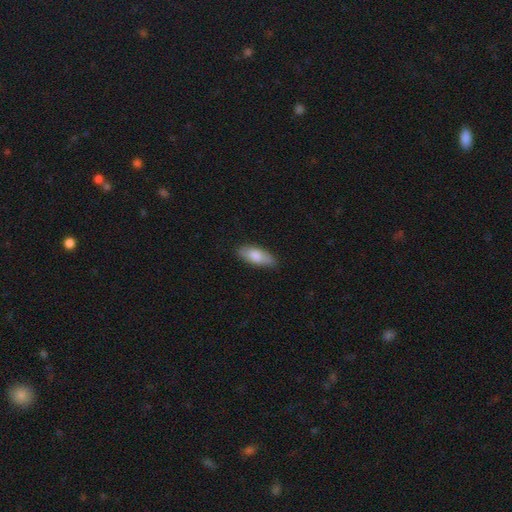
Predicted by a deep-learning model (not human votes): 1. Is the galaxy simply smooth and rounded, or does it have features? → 80% smooth, 14% featured or disk, 6% star or artifact.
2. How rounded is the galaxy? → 79% in between, 19% cigar-shaped, 2% round.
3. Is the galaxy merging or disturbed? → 82% none, 14% minor disturbance, 2% major disturbance, 1% merger.